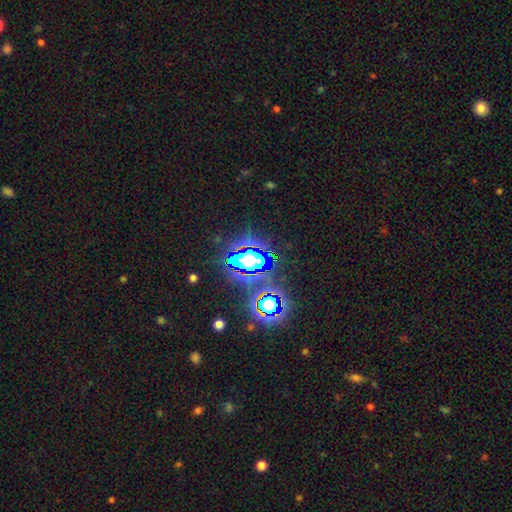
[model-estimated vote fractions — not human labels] Overall: star or artifact (81%).